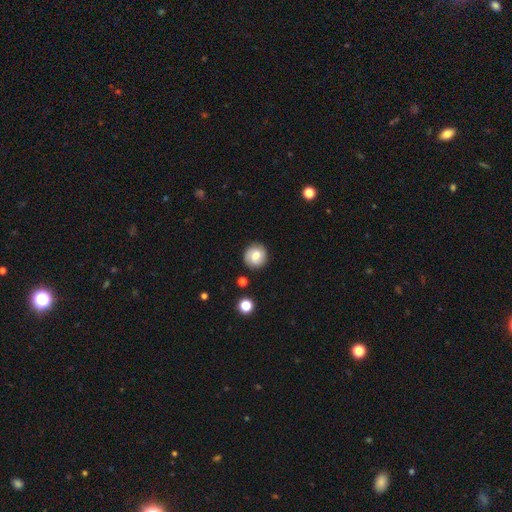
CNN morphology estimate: A smooth galaxy with no disk features (64%) that is round (89%).

Vote fractions:
- Smooth or featured? smooth: 64% / featured or disk: 27% / star or artifact: 9%
- How rounded? round: 89% / in between: 10% / cigar-shaped: 1%
- Merging? none: 84% / minor disturbance: 11% / major disturbance: 3% / merger: 2%